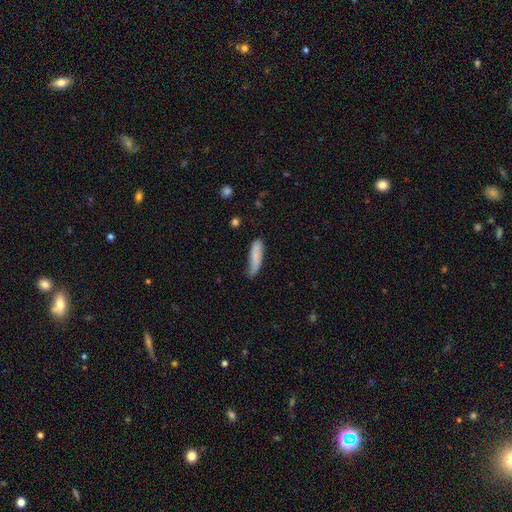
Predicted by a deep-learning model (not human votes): Smooth or featured? Predicted: smooth (p=0.80). How rounded? Predicted: cigar-shaped (p=0.71). Merging? Predicted: none (p=0.59).